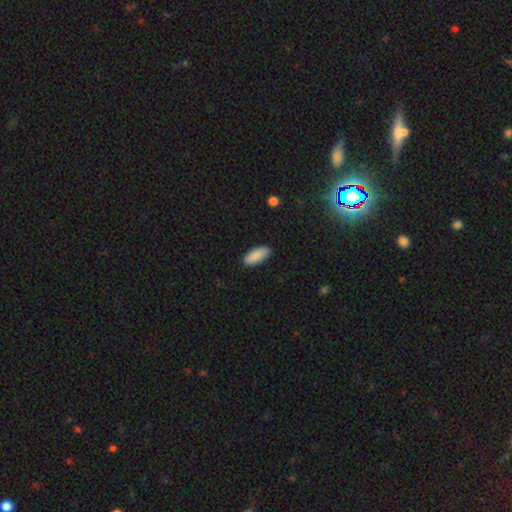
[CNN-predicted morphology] Smooth or featured: smooth — 90% (star or artifact — 6%)
How rounded: in between — 86% (cigar-shaped — 12%)
Merging: none — 88% (minor disturbance — 9%)